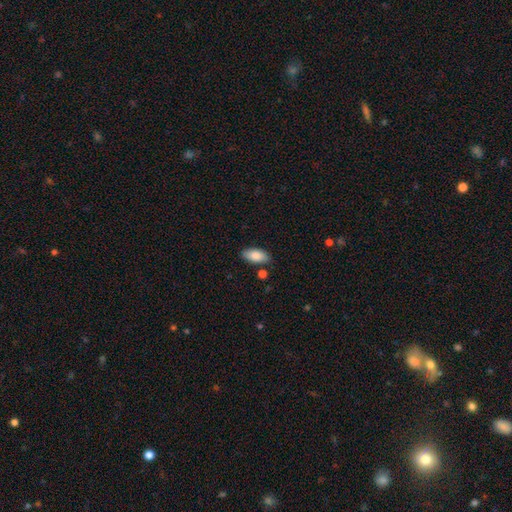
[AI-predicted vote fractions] Overall: smooth (86%). How rounded: in between (91%). Merging: none (83%).